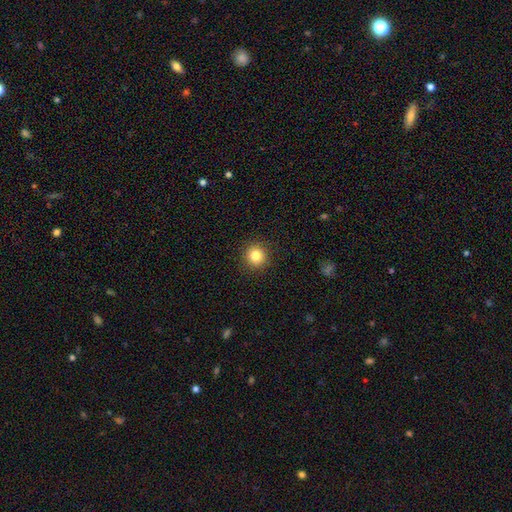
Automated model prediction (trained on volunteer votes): smooth 83%, star or artifact 11%, featured or disk 6%. Down the decision tree: how rounded — round (93%); merging — none (92%).